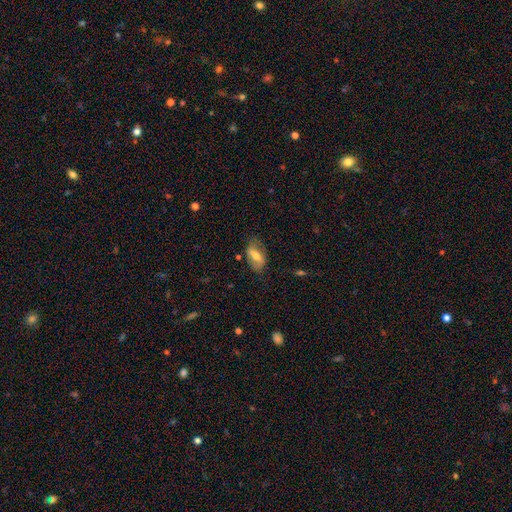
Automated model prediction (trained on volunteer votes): Q: Smooth or featured?
A: smooth (49%); runner-up: featured or disk (44%)
Q: Merging?
A: none (69%); runner-up: minor disturbance (22%)